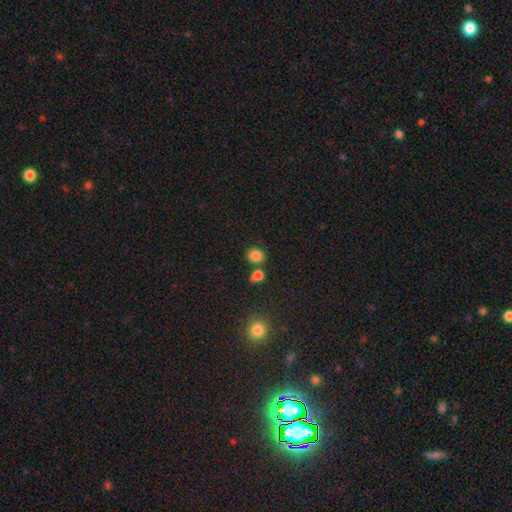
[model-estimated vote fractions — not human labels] A smooth galaxy with no disk features (83%) that is round (71%).

Vote fractions:
- Smooth or featured? smooth: 83% / star or artifact: 12% / featured or disk: 5%
- How rounded? round: 71% / in between: 28% / cigar-shaped: 1%
- Merging? none: 69% / merger: 17% / minor disturbance: 10% / major disturbance: 4%